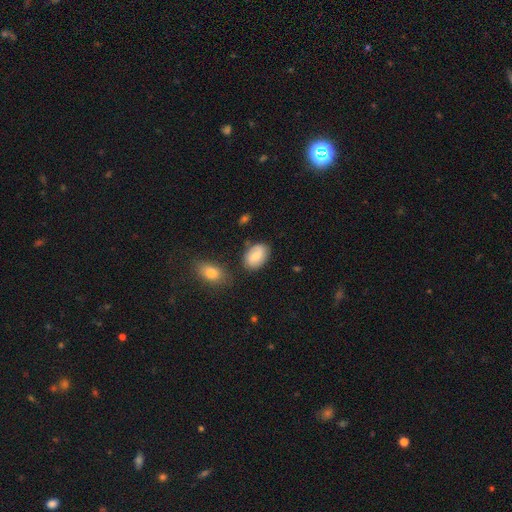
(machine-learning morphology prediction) Smooth or featured?
  - smooth: 71% *
  - featured or disk: 21%
  - star or artifact: 8%
How rounded?
  - in between: 86% *
  - round: 13%
  - cigar-shaped: 1%
Merging?
  - none: 73% *
  - minor disturbance: 17%
  - merger: 6%
  - major disturbance: 4%